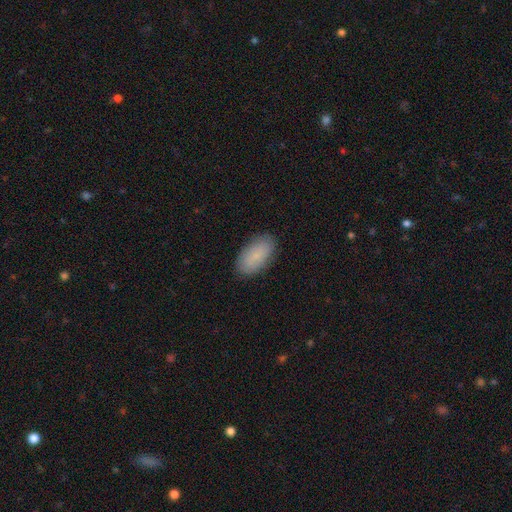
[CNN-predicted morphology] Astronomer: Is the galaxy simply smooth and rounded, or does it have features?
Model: smooth — 81%.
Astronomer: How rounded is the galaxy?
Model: in between — 94%.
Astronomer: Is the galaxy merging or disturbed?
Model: none — 87%.